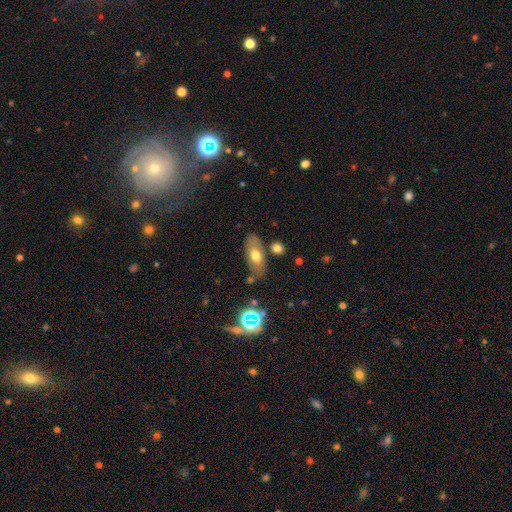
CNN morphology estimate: Overall: smooth (63%; featured or disk 26%). How rounded: in between (83%). Merging: none (74%).